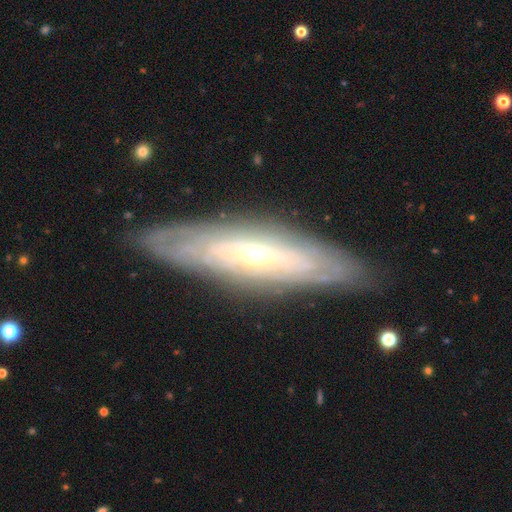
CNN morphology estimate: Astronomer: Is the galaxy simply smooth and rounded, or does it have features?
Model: featured or disk — 75%.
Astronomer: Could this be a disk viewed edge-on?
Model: no — 62% (runner-up: yes, 38%).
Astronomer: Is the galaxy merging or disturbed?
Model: none — 84%.